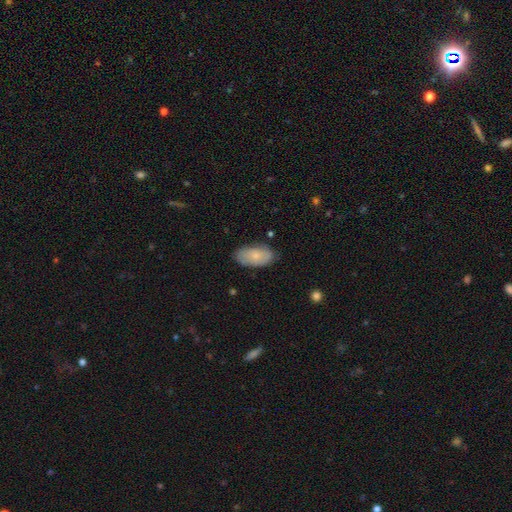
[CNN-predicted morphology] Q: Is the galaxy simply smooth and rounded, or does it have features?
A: smooth — 71%.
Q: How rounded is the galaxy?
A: in between — 94%.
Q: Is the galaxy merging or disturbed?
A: none — 77%.